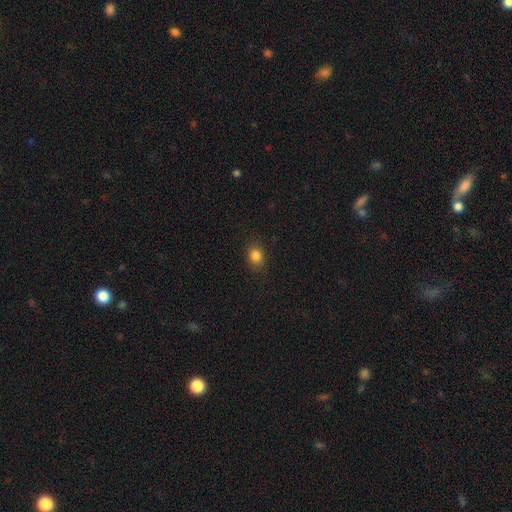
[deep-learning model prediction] The model was most divided on "how rounded": round: 53%, in between: 46%, cigar-shaped: 1%. More confident: merging — none (88%); smooth or featured — smooth (83%).